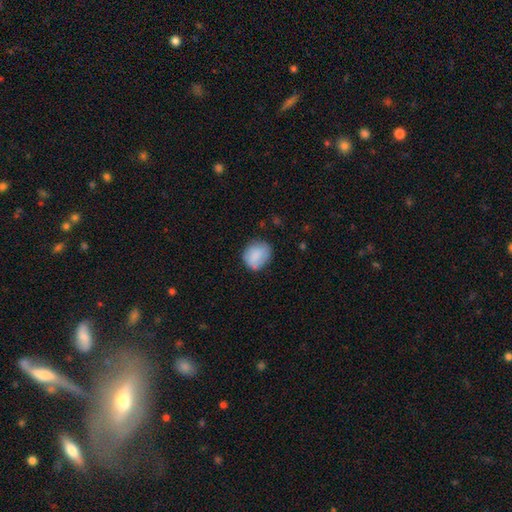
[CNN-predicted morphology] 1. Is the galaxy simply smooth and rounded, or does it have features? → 83% smooth, 10% featured or disk, 7% star or artifact.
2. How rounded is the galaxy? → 64% round, 35% in between, 1% cigar-shaped.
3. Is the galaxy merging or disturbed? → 70% none, 23% minor disturbance, 6% major disturbance, 2% merger.